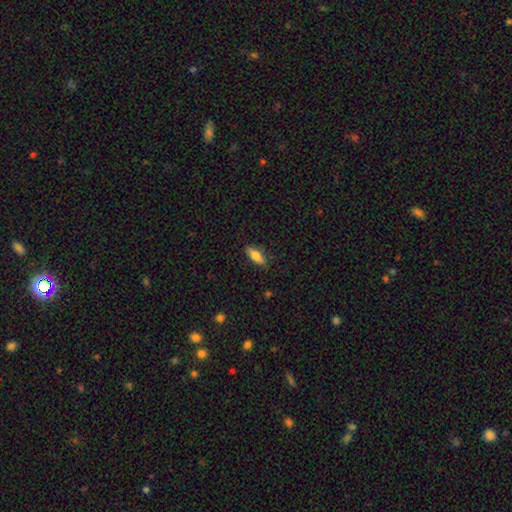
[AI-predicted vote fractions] This appears to be a smooth galaxy with no disk features (73%) that is in between round and cigar-shaped (60%). Merging: none (84%).